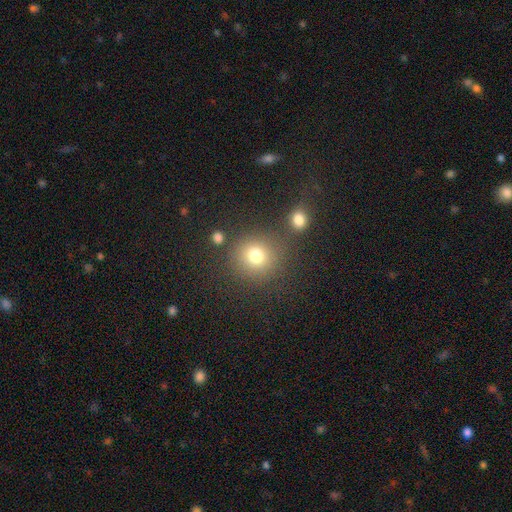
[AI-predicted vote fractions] Smooth or featured: smooth — 77% (star or artifact — 15%)
How rounded: round — 88% (in between — 11%)
Merging: none — 77% (minor disturbance — 9%)